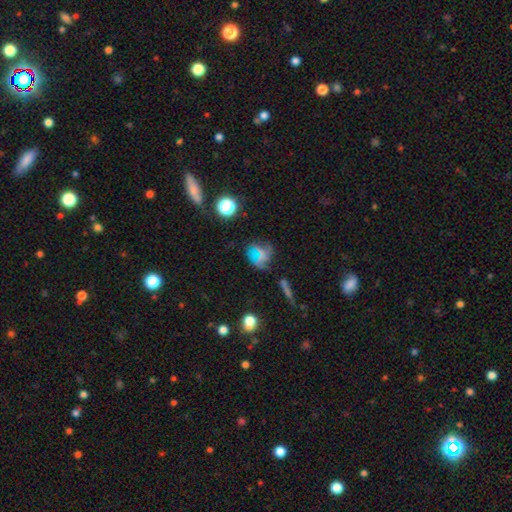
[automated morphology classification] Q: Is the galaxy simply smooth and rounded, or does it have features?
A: smooth — 42%.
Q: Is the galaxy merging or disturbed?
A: none — 55%.